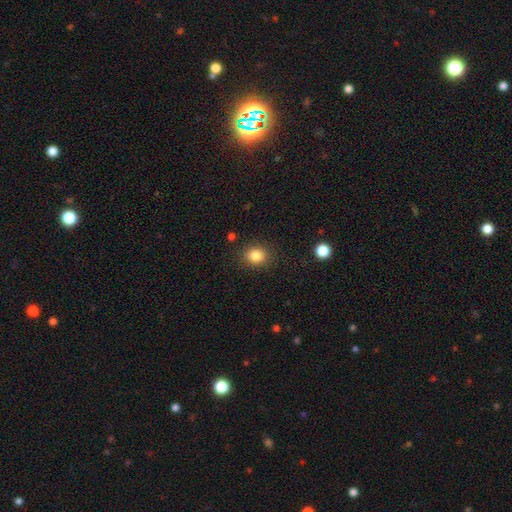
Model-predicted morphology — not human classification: The model was most divided on "how rounded": round: 71%, in between: 28%, cigar-shaped: 1%. More confident: merging — none (87%); smooth or featured — smooth (84%).